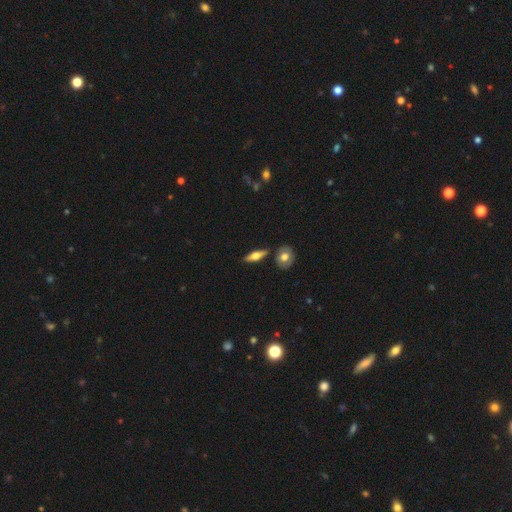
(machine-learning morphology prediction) Q: Smooth or featured?
A: smooth (53%); runner-up: featured or disk (41%)
Q: How rounded?
A: in between (56%); runner-up: cigar-shaped (39%)
Q: Merging?
A: none (80%); runner-up: minor disturbance (10%)